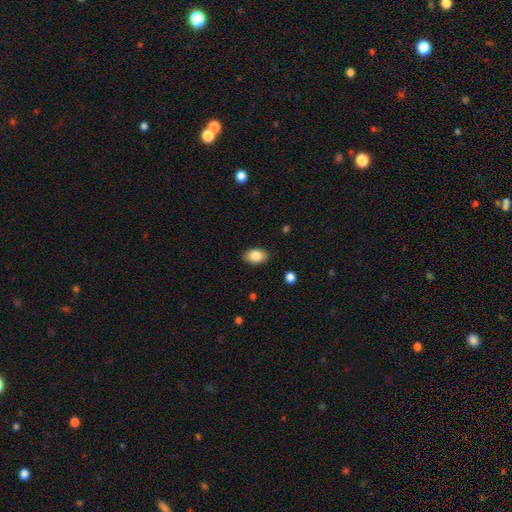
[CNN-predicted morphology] This is clearly a smooth galaxy (85%). How rounded: clearly in between (89%). Merging: clearly none (88%).